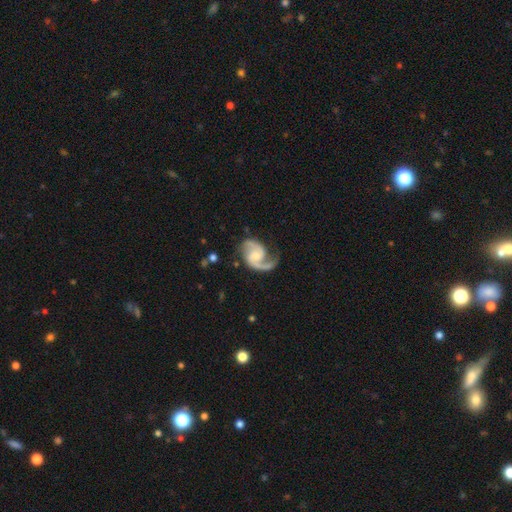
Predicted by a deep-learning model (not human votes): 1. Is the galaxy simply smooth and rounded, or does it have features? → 92% featured or disk, 4% smooth, 4% star or artifact.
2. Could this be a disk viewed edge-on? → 98% no, 2% yes.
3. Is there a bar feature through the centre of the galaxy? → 54% no, 38% weak, 8% strong.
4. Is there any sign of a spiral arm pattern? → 98% yes, 2% no.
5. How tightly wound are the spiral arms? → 58% medium, 25% loose, 17% tight.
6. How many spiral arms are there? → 89% 2, 6% 1, 2% can't tell, 1% 3, 1% 4, 1% more than 4.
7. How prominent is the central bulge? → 43% small, 36% moderate, 15% none, 4% large, 1% dominant.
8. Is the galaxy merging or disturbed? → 71% none, 18% minor disturbance, 9% major disturbance, 2% merger.